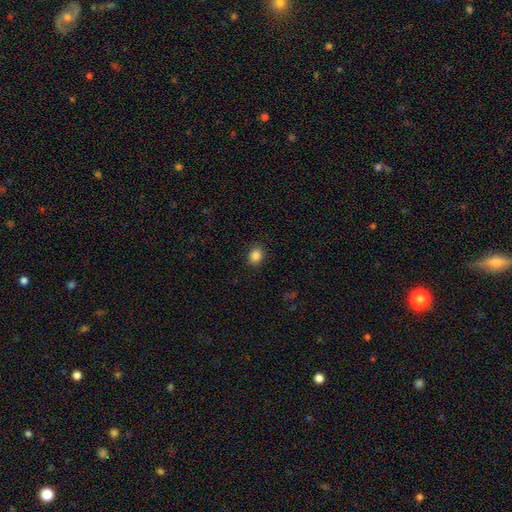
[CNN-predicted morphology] Smooth or featured? smooth (86%)
How rounded? round (54%)
Merging? none (90%)